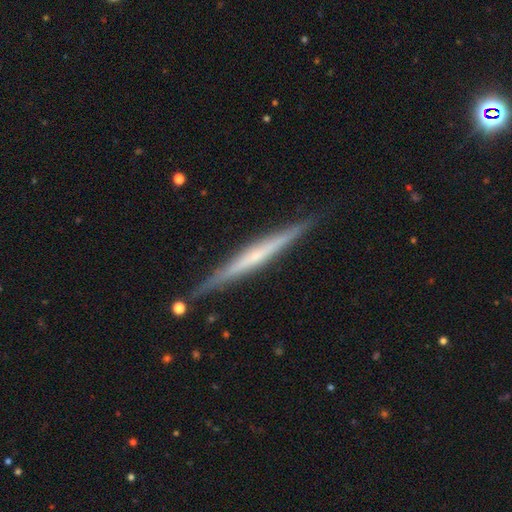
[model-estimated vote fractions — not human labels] Q: Smooth or featured?
A: featured or disk (68%); runner-up: smooth (26%)
Q: Edge-on disk?
A: yes (98%); runner-up: no (2%)
Q: Edge-on bulge?
A: none (64%); runner-up: rounded (27%)
Q: Merging?
A: none (88%); runner-up: minor disturbance (9%)